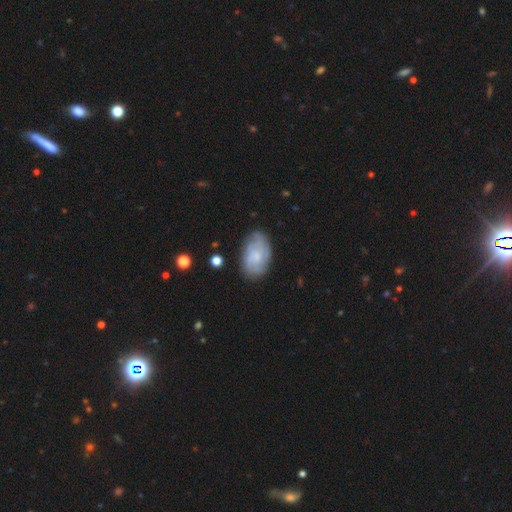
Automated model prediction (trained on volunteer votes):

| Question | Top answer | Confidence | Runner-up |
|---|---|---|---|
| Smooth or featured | featured or disk | 49% | smooth (44%) |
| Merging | none | 75% | minor disturbance (18%) |